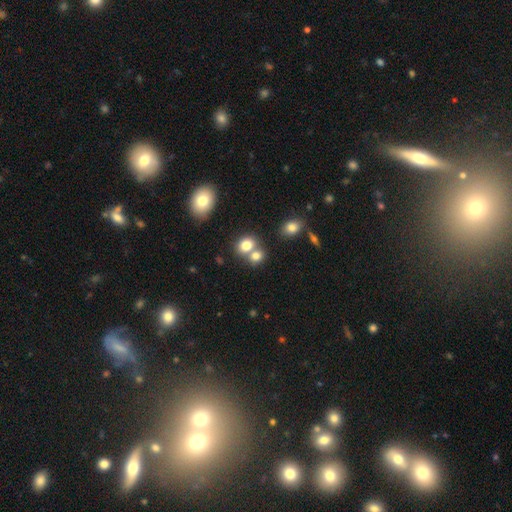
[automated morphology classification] Q: Smooth or featured?
A: smooth (78%); runner-up: star or artifact (12%)
Q: How rounded?
A: round (60%); runner-up: in between (39%)
Q: Merging?
A: merger (49%); runner-up: none (40%)